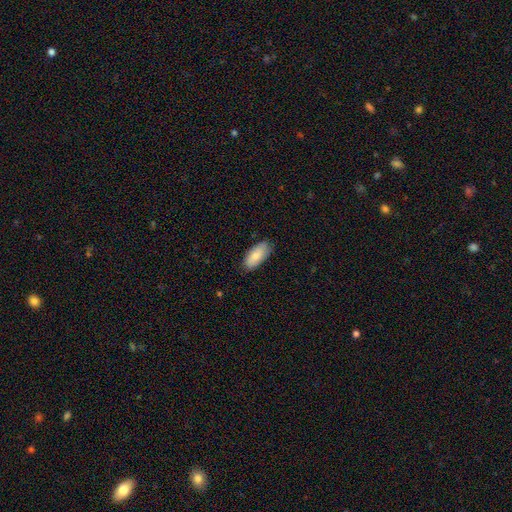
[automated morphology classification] type=smooth (83%); roundness=in between (89%); merging=none (83%).